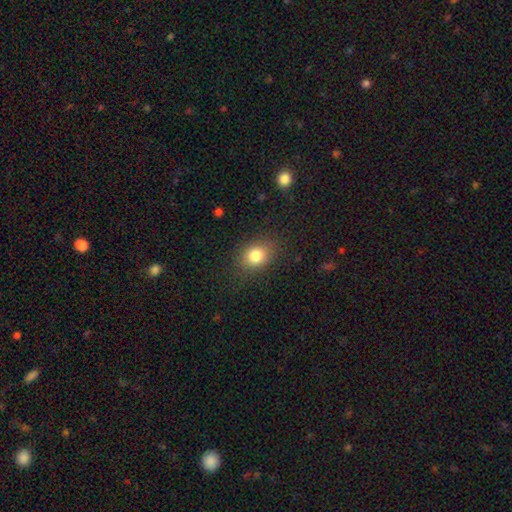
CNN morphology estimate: Q: Smooth or featured?
A: smooth (82%); runner-up: star or artifact (10%)
Q: How rounded?
A: in between (55%); runner-up: round (44%)
Q: Merging?
A: none (81%); runner-up: minor disturbance (13%)